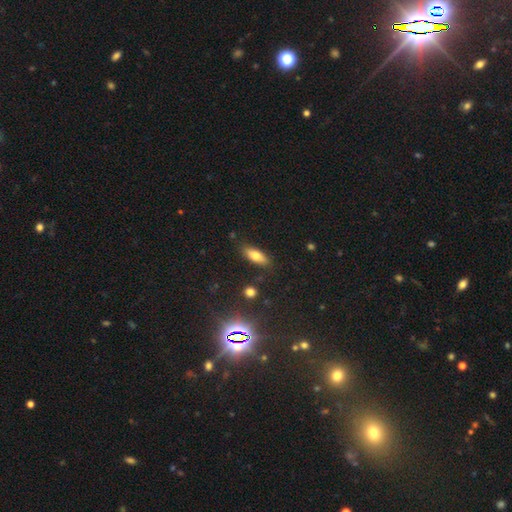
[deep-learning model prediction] Smooth or featured? Predicted: smooth (p=0.72). How rounded? Predicted: in between (p=0.68). Merging? Predicted: none (p=0.83).